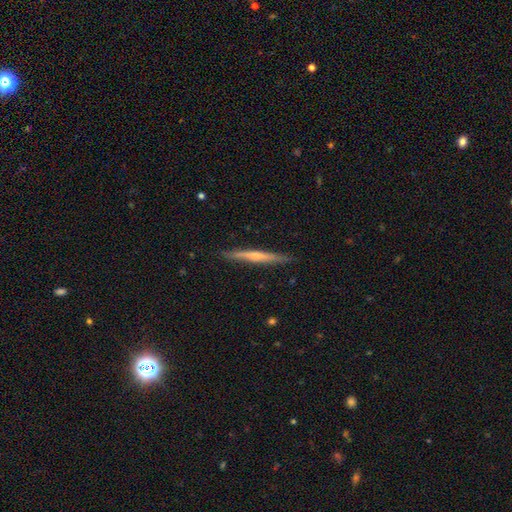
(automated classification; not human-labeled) A featured or disk galaxy (60%) viewed edge-on (97%) with a rounded central bulge (48%).

Vote fractions:
- Smooth or featured? featured or disk: 60% / smooth: 35% / star or artifact: 6%
- Edge-on disk? yes: 97% / no: 3%
- Edge-on bulge? rounded: 48% / none: 45% / boxy: 7%
- Merging? none: 89% / minor disturbance: 9% / major disturbance: 1% / merger: 1%